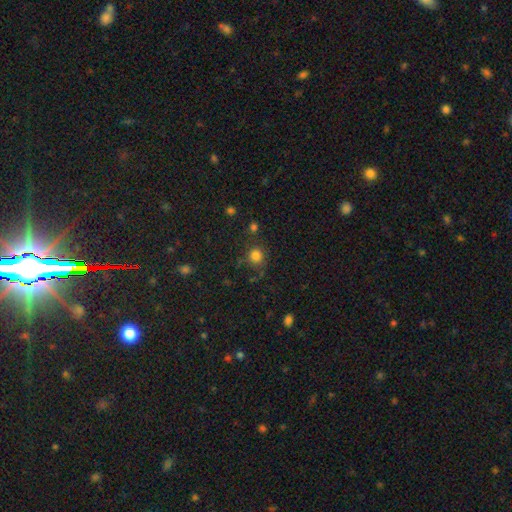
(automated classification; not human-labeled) A smooth galaxy with no disk features (81%) that is round (90%). Merging: none (79%).